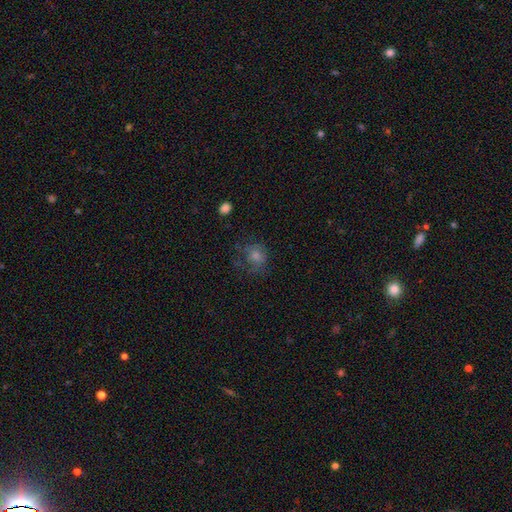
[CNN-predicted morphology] Overall: smooth (54%; featured or disk 24%). How rounded: round (74%). Merging: none (62%).